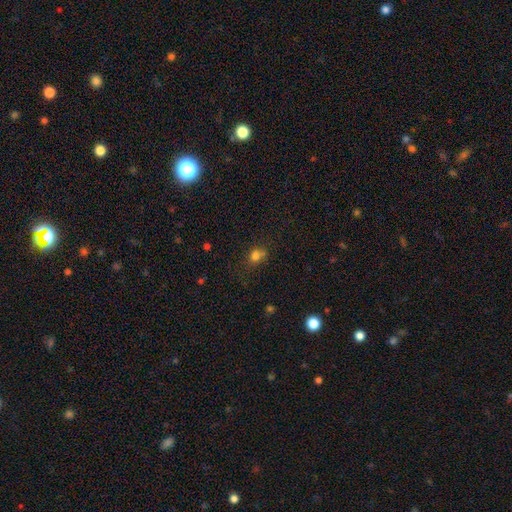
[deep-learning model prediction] Smooth or featured? Predicted: smooth (p=0.75). How rounded? Predicted: round (p=0.60). Merging? Predicted: none (p=0.52).